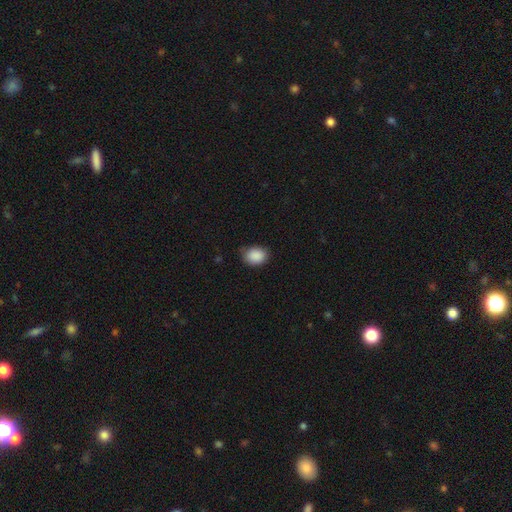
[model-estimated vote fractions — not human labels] Overall: smooth (89%). How rounded: in between (61%; round 38%). Merging: none (73%).